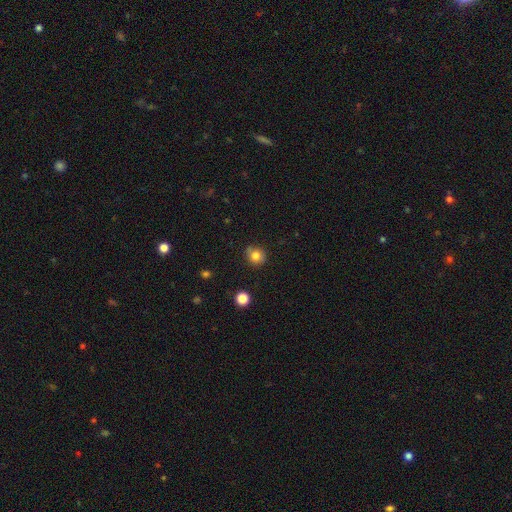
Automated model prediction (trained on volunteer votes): Smooth or featured?
  - smooth: 81% *
  - star or artifact: 12%
  - featured or disk: 7%
How rounded?
  - round: 84% *
  - in between: 15%
  - cigar-shaped: 1%
Merging?
  - none: 82% *
  - minor disturbance: 14%
  - major disturbance: 3%
  - merger: 2%